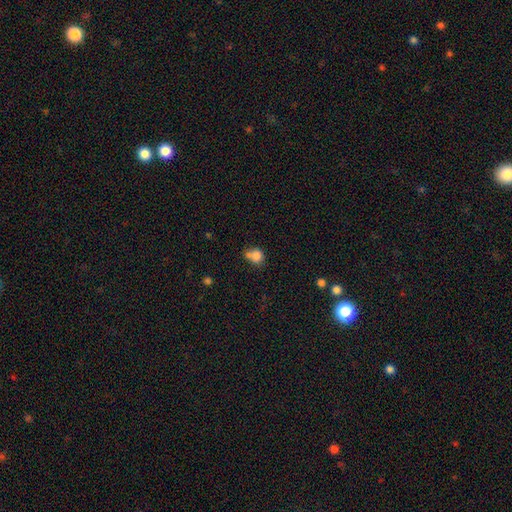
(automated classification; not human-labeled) Smooth or featured? smooth (81%)
How rounded? round (69%)
Merging? none (40%)